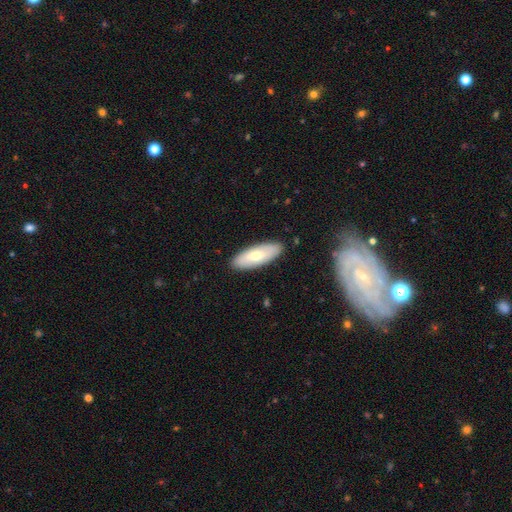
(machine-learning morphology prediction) Smooth or featured: smooth — 61% (featured or disk — 34%)
How rounded: in between — 71% (cigar-shaped — 27%)
Merging: none — 89% (minor disturbance — 8%)